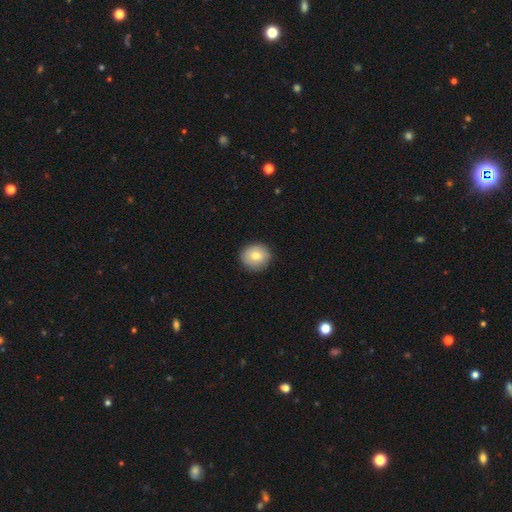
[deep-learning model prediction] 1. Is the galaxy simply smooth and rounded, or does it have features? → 77% smooth, 15% featured or disk, 8% star or artifact.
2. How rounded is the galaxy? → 89% round, 10% in between, 1% cigar-shaped.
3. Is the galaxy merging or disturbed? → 88% none, 9% minor disturbance, 2% major disturbance, 1% merger.